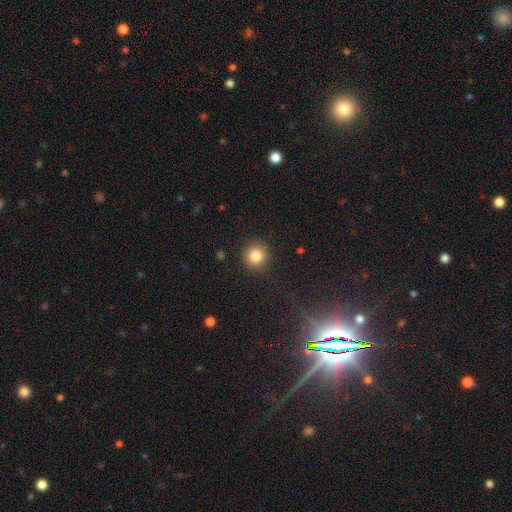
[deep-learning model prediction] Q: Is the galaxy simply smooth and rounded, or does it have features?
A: smooth — 83%.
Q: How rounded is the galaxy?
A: round — 92%.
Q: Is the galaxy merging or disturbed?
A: none — 89%.